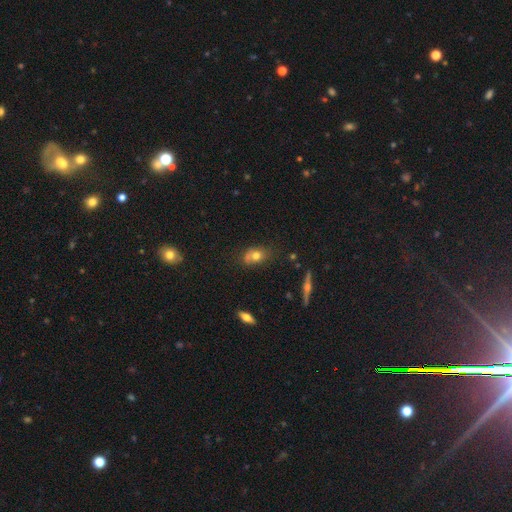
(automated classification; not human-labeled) Q: Smooth or featured?
A: smooth (67%); runner-up: featured or disk (21%)
Q: How rounded?
A: in between (69%); runner-up: round (27%)
Q: Merging?
A: none (57%); runner-up: minor disturbance (26%)